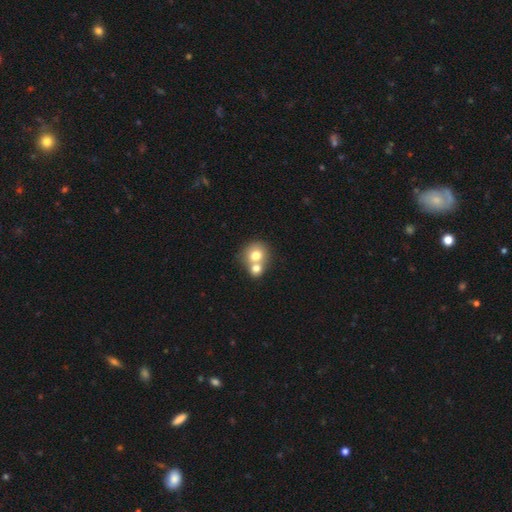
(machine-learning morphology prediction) type=smooth (72%); roundness=round (76%); merging=merger (64%).